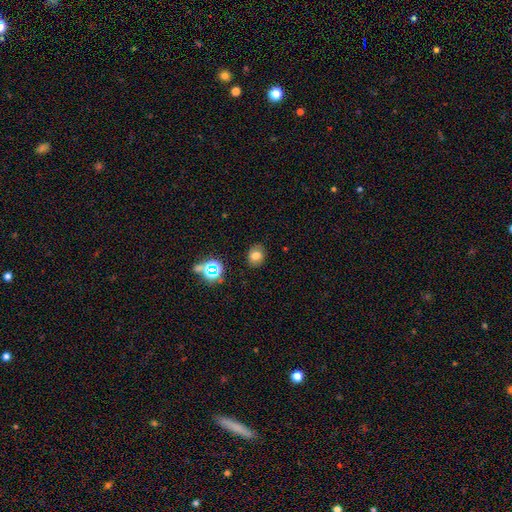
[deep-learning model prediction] Overall: smooth (72%). How rounded: round (54%; in between 46%). Merging: none (85%).